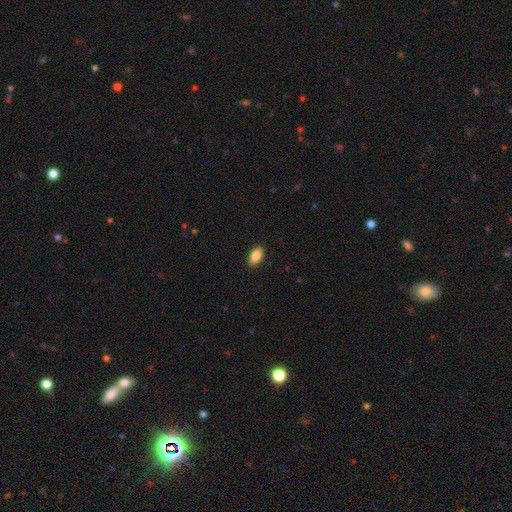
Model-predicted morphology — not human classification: type=smooth (87%); roundness=in between (93%); merging=none (90%).